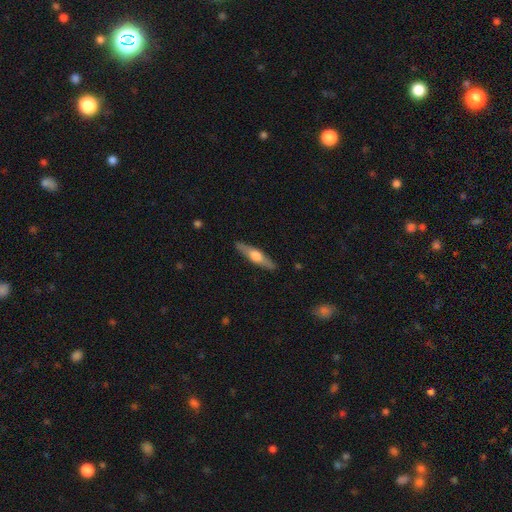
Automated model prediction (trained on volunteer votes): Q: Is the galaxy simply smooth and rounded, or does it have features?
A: featured or disk — 55%.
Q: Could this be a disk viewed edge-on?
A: yes — 91%.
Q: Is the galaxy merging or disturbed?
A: none — 89%.